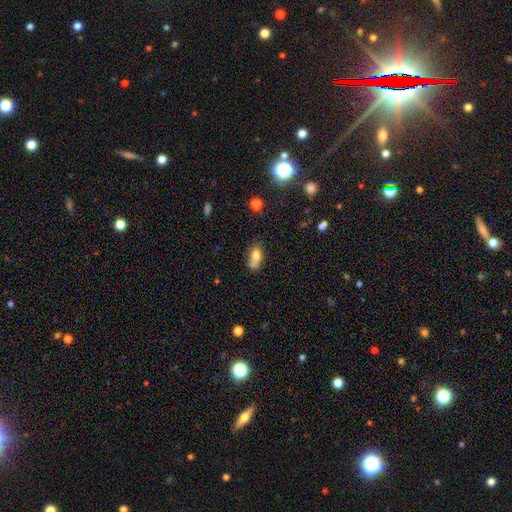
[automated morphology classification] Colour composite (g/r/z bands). It shows a smooth galaxy with no disk features (72%) that is in between round and cigar-shaped (77%). Merging: none (38%).